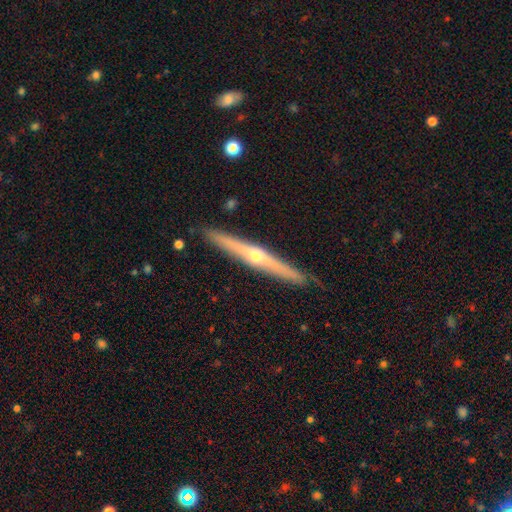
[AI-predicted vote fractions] This is likely a featured or disk galaxy (74%). It is clearly viewed edge-on (97%). Edge-on bulge: clearly rounded (86%). Merging: clearly none (90%).